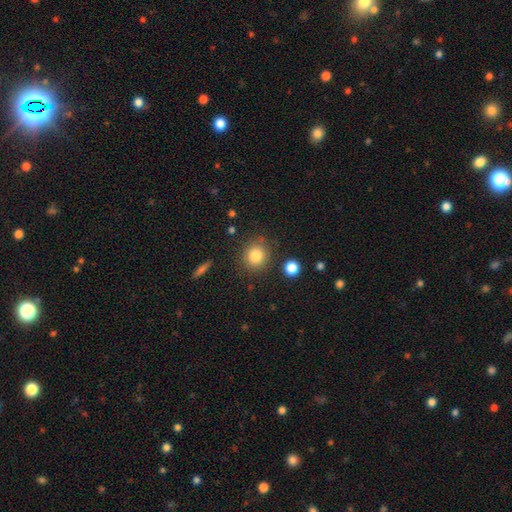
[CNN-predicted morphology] Smooth or featured? smooth (83%)
How rounded? round (88%)
Merging? none (84%)